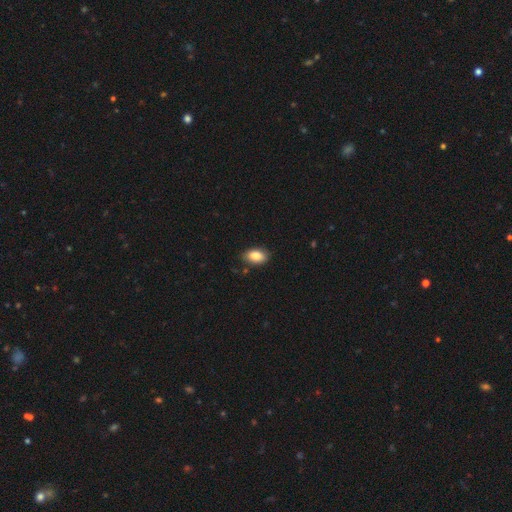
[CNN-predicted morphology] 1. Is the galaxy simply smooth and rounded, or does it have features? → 87% smooth, 7% star or artifact, 6% featured or disk.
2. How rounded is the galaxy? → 90% in between, 8% round, 2% cigar-shaped.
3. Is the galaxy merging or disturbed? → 84% none, 12% minor disturbance, 2% major disturbance, 1% merger.